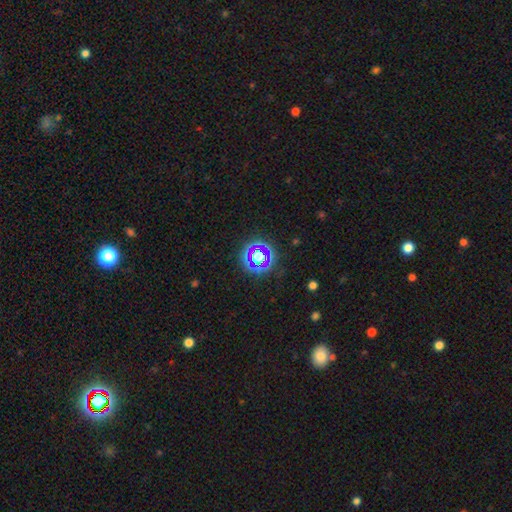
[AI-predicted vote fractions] A star or artifact, not a galaxy (58%).

Vote fractions:
- Smooth or featured? star or artifact: 58% / smooth: 27% / featured or disk: 15%